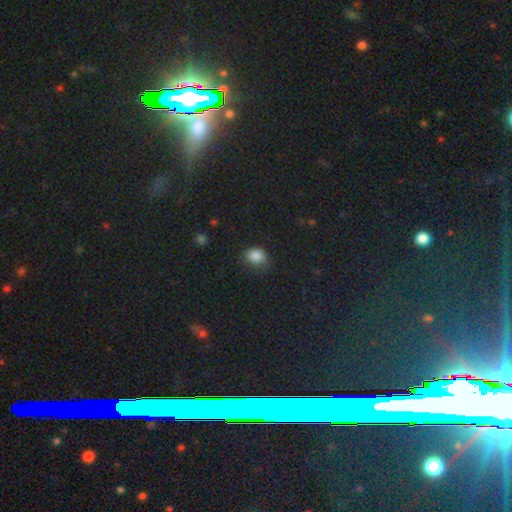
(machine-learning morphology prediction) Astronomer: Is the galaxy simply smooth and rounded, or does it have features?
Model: smooth — 83%.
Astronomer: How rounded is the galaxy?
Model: in between — 55% (runner-up: round, 44%).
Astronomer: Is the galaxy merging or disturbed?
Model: none — 64%.